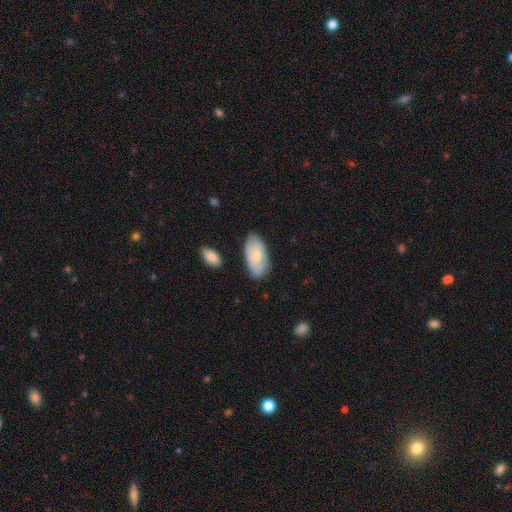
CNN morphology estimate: smooth-or-featured: smooth: 67% | featured or disk: 28% | star or artifact: 6%
  how-rounded: in between: 94% | cigar-shaped: 4% | round: 3%
  merging: none: 74% | minor disturbance: 19% | major disturbance: 4% | merger: 3%